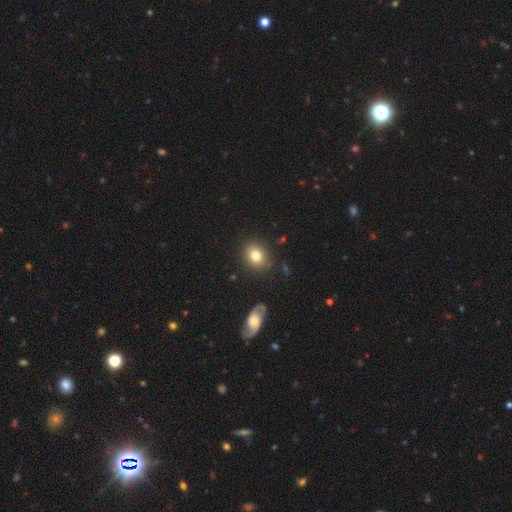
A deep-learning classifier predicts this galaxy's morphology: Overall: smooth (80%). How rounded: round (62%; in between 37%). Merging: none (84%).